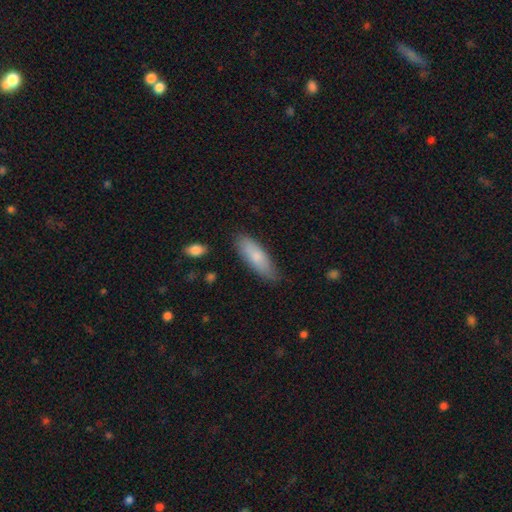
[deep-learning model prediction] smooth_or_featured: smooth (p=0.78) [alt: featured or disk p=0.16]
how_rounded: in between (p=0.56) [alt: cigar-shaped p=0.42]
merging: none (p=0.78) [alt: minor disturbance p=0.18]